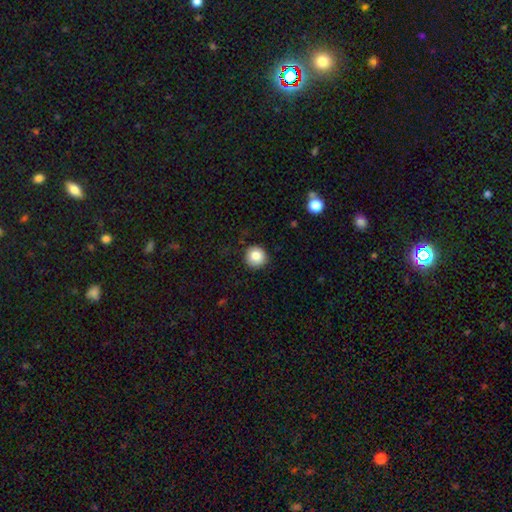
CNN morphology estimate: Smooth or featured? smooth (85%)
How rounded? round (95%)
Merging? none (89%)